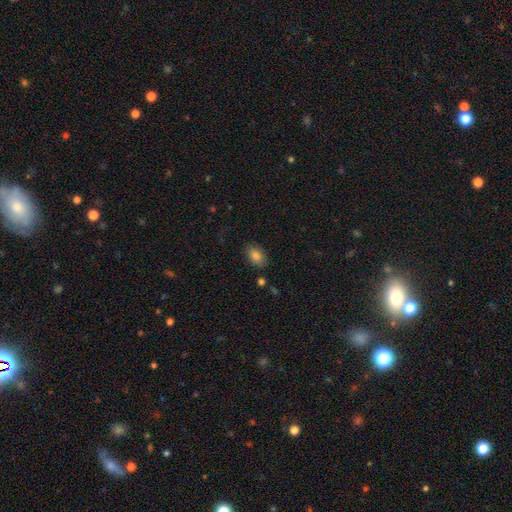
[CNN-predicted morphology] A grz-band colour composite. It shows a smooth galaxy with no disk features (86%) that is in between round and cigar-shaped (86%). Merging: none (82%).